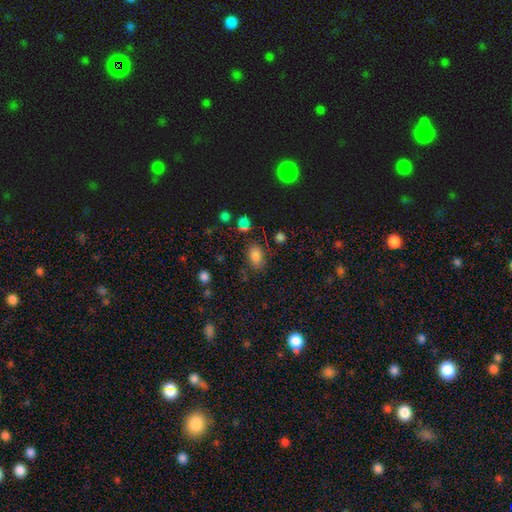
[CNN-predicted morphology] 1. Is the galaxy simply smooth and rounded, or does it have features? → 80% smooth, 13% star or artifact, 7% featured or disk.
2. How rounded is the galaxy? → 83% in between, 15% round, 2% cigar-shaped.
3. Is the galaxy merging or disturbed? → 74% none, 17% minor disturbance, 6% major disturbance, 4% merger.